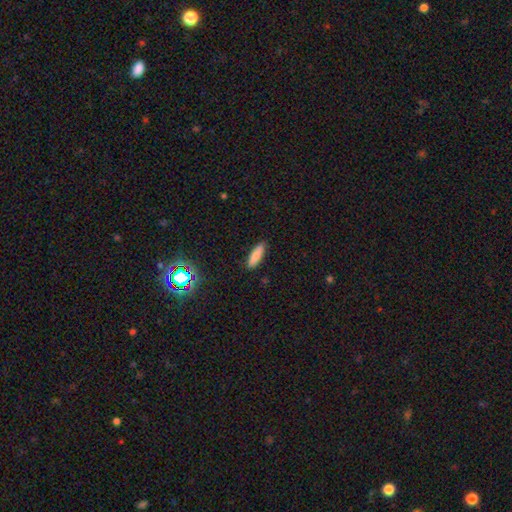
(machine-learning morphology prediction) This appears to be a smooth galaxy with no disk features (79%) that is cigar-shaped (61%). Merging: none (88%).